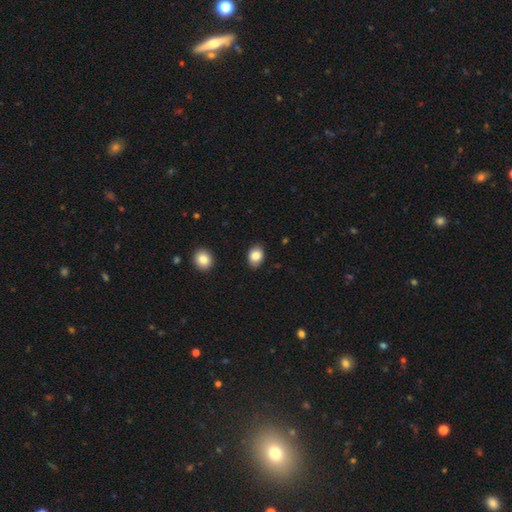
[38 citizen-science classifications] Smooth or featured? 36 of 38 (95%) said smooth. How rounded? 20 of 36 (56%) said round. Merging? 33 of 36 (92%) said none.